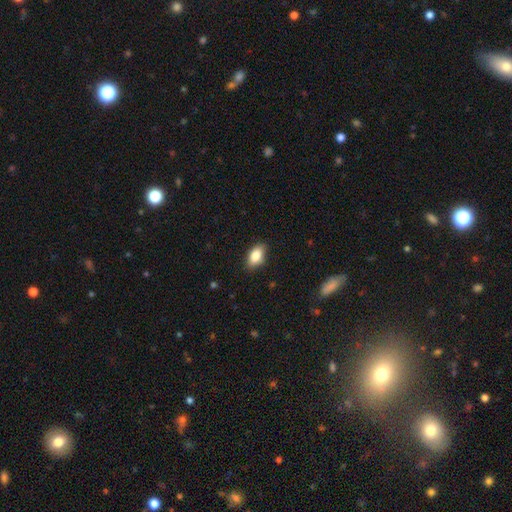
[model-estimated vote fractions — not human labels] smooth_or_featured: smooth (p=0.85) [alt: featured or disk p=0.08]
how_rounded: in between (p=0.89) [alt: round p=0.07]
merging: none (p=0.85) [alt: minor disturbance p=0.12]